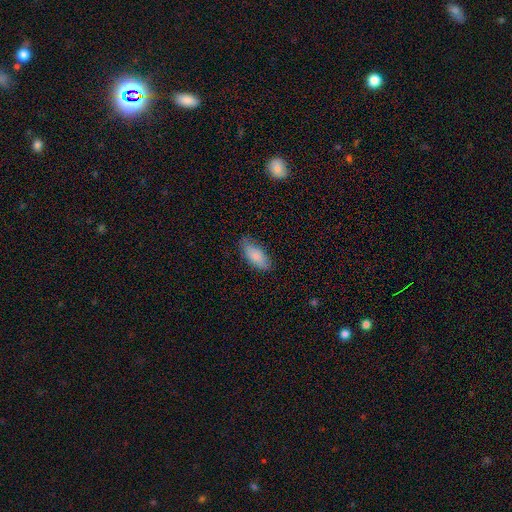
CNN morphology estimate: Q: Smooth or featured?
A: smooth (83%); runner-up: featured or disk (11%)
Q: How rounded?
A: in between (85%); runner-up: cigar-shaped (13%)
Q: Merging?
A: none (79%); runner-up: minor disturbance (17%)